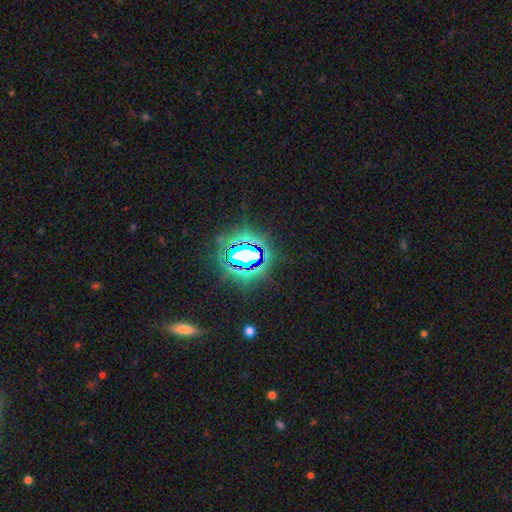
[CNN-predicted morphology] Smooth or featured? Predicted: star or artifact (p=0.79).